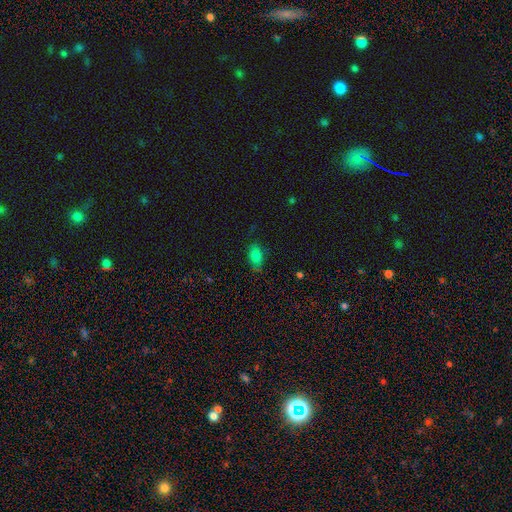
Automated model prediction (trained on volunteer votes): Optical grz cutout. It shows a smooth galaxy with no disk features (80%) that is in between round and cigar-shaped (89%). Merging: none (70%).